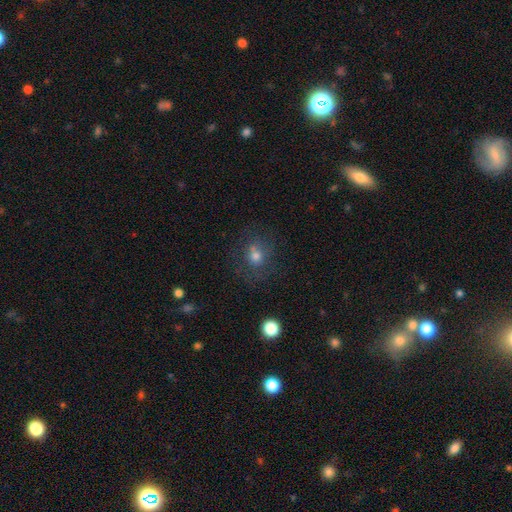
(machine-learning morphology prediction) Smooth or featured: smooth — 65% (featured or disk — 17%)
How rounded: round — 76% (in between — 22%)
Merging: none — 61% (minor disturbance — 16%)